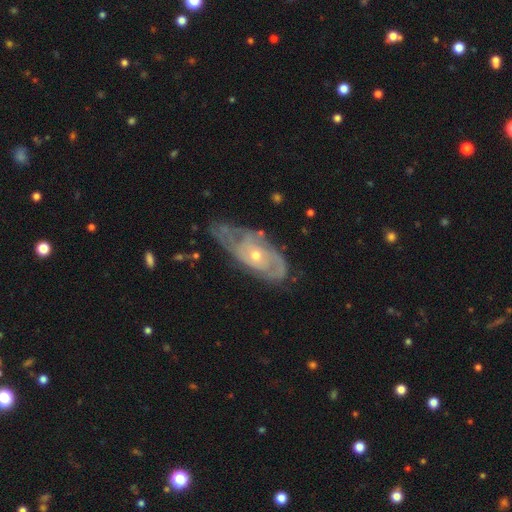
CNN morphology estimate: featured or disk 81%, smooth 14%, star or artifact 6%. Down the decision tree: edge-on disk — no (91%); bar — no (76%); spiral arms — yes (84%); spiral arm count — can't tell (44%); spiral winding — tight (60%); bulge size — small (49%); merging — none (47%).